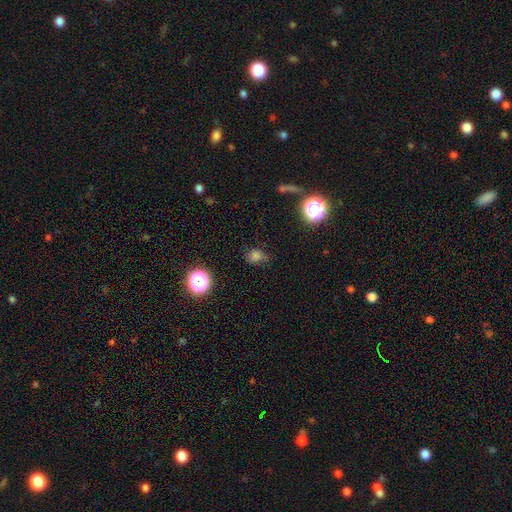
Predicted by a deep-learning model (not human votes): This appears to be a smooth galaxy with no disk features (71%) that is round (64%). Merging: none (64%).